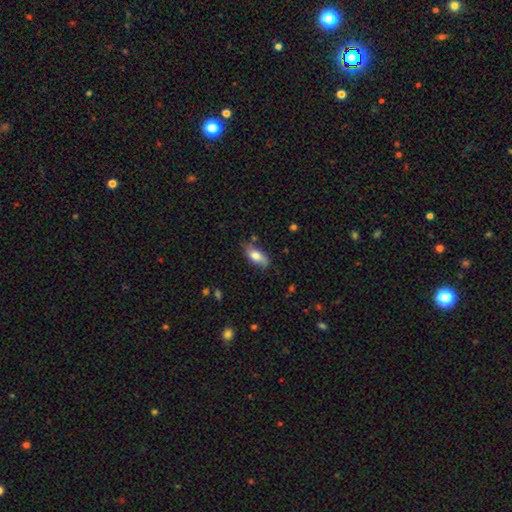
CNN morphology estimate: This is likely a smooth galaxy (68%). How rounded: clearly in between (85%). Merging: likely none (63%).